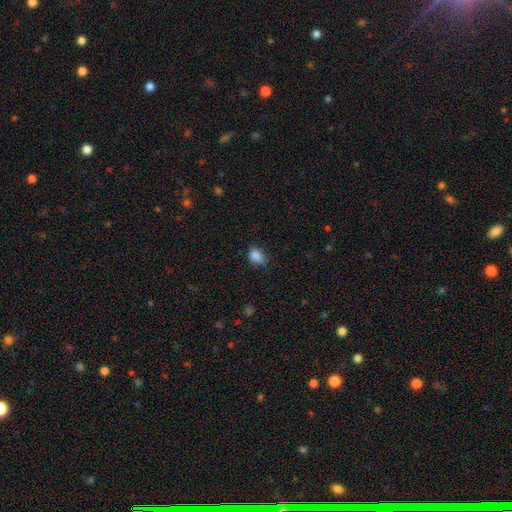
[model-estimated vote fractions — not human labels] A smooth galaxy with no disk features (87%) that is in between round and cigar-shaped (76%).

Vote fractions:
- Smooth or featured? smooth: 87% / star or artifact: 9% / featured or disk: 4%
- How rounded? in between: 76% / round: 23% / cigar-shaped: 1%
- Merging? none: 71% / minor disturbance: 23% / major disturbance: 5% / merger: 1%